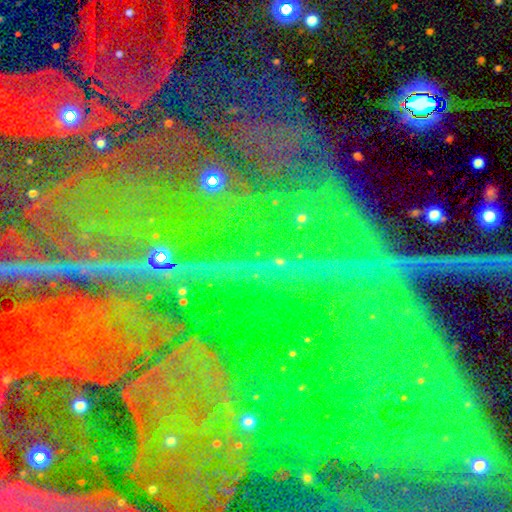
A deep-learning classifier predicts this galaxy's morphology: type=star or artifact (87%).